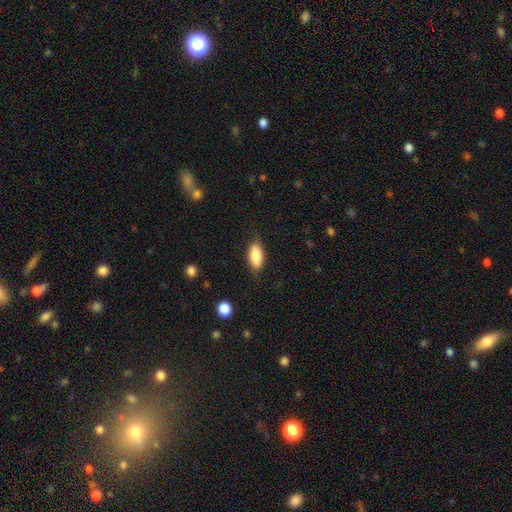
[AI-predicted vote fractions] Overall: smooth (83%). How rounded: in between (85%). Merging: none (77%).